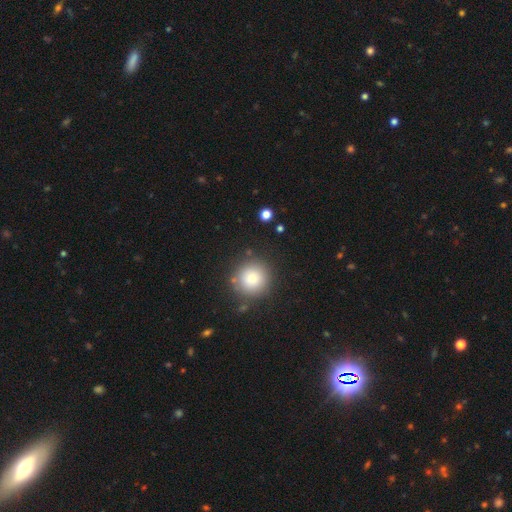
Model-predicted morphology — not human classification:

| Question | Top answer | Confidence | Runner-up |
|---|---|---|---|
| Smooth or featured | smooth | 53% | star or artifact (37%) |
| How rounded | round | 93% | in between (5%) |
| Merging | none | 89% | minor disturbance (6%) |